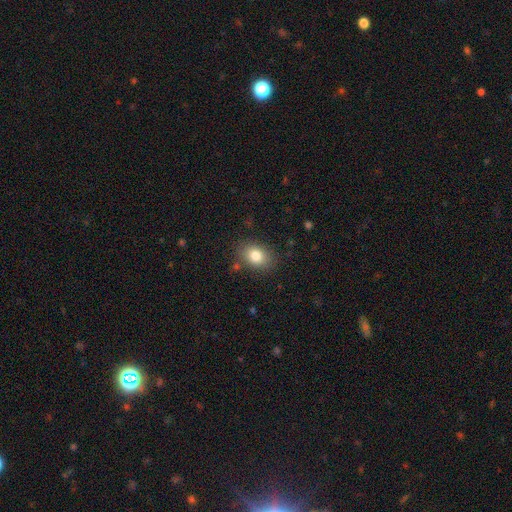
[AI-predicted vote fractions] This is clearly a smooth galaxy (82%). How rounded: likely in between (71%). Merging: clearly none (82%).